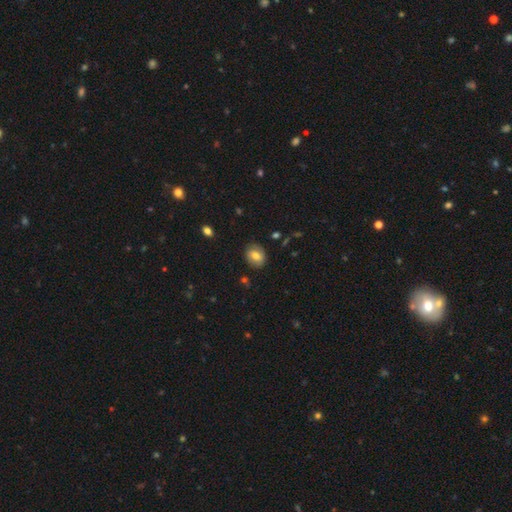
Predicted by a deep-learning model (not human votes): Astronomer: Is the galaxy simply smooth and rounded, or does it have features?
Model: smooth — 71%.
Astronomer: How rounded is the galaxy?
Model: round — 50% (runner-up: in between, 49%).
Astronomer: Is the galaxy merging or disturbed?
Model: none — 82%.